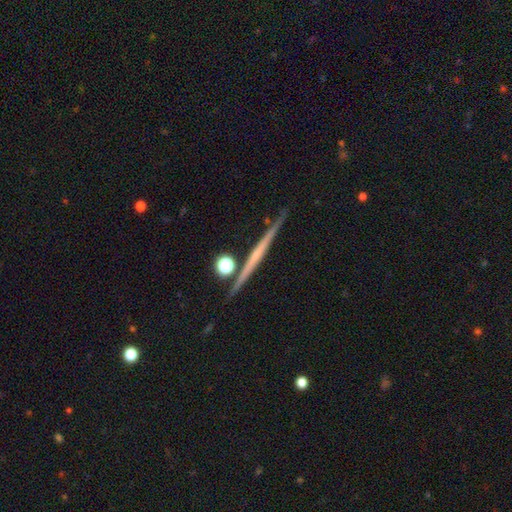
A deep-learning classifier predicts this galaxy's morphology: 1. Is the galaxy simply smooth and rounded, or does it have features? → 68% featured or disk, 24% smooth, 7% star or artifact.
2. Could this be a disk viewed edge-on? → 98% yes, 2% no.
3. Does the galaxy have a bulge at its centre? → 78% none, 16% rounded, 7% boxy.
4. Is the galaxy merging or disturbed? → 87% none, 7% minor disturbance, 3% merger, 2% major disturbance.